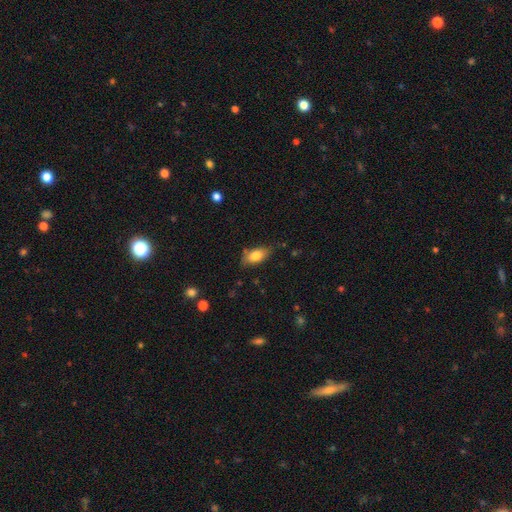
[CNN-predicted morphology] A smooth galaxy with no disk features (79%) that is in between round and cigar-shaped (88%).

Vote fractions:
- Smooth or featured? smooth: 79% / featured or disk: 14% / star or artifact: 7%
- How rounded? in between: 88% / cigar-shaped: 7% / round: 4%
- Merging? none: 72% / minor disturbance: 21% / major disturbance: 4% / merger: 3%